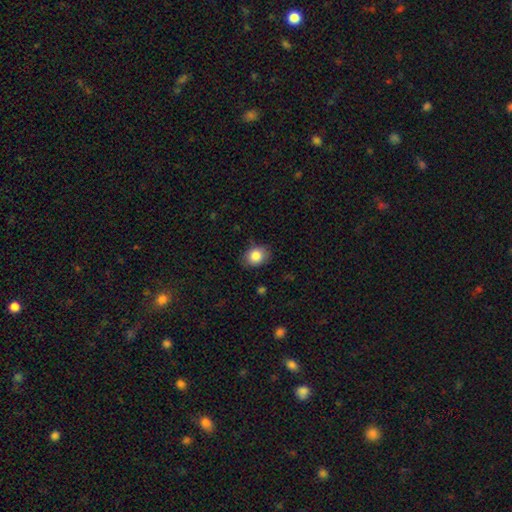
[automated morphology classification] This is clearly a smooth galaxy (85%). How rounded: possibly round (50%). Merging: clearly none (82%).